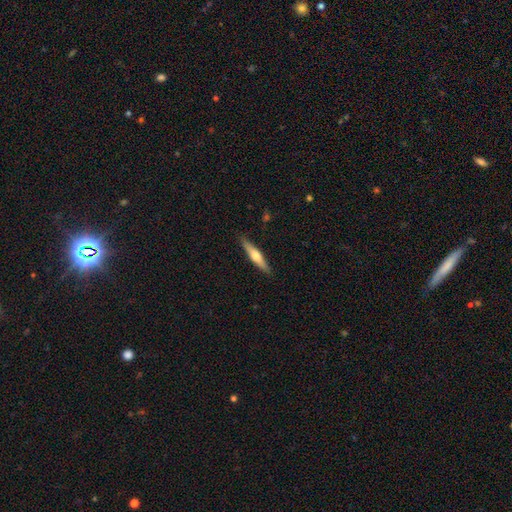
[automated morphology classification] Q: Smooth or featured?
A: featured or disk (51%); runner-up: smooth (43%)
Q: Edge-on disk?
A: yes (95%); runner-up: no (5%)
Q: Merging?
A: none (89%); runner-up: minor disturbance (8%)